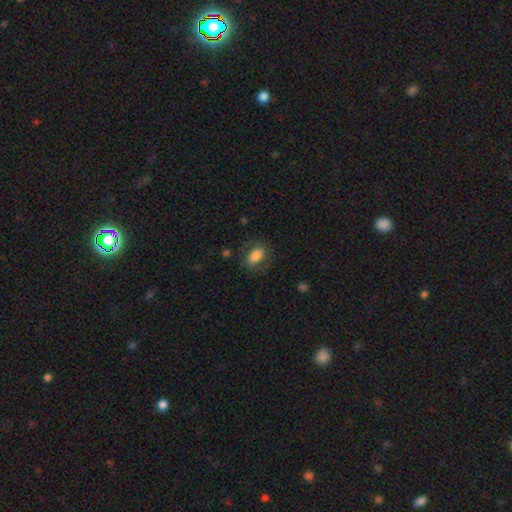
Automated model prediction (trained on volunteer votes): A smooth galaxy with no disk features (73%) that is in between round and cigar-shaped (86%).

Vote fractions:
- Smooth or featured? smooth: 73% / featured or disk: 20% / star or artifact: 8%
- How rounded? in between: 86% / round: 12% / cigar-shaped: 3%
- Merging? none: 70% / minor disturbance: 18% / major disturbance: 11% / merger: 2%